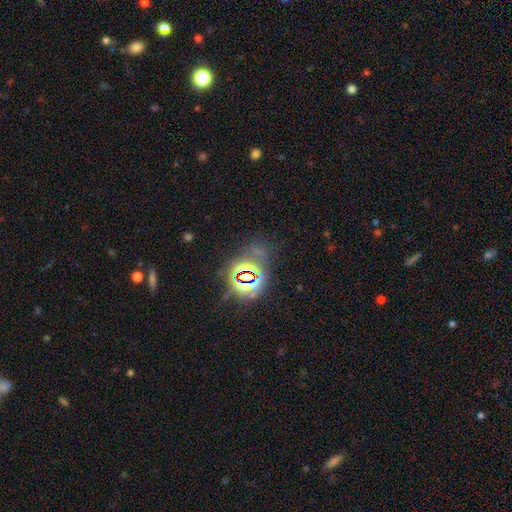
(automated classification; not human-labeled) Overall: star or artifact (78%).